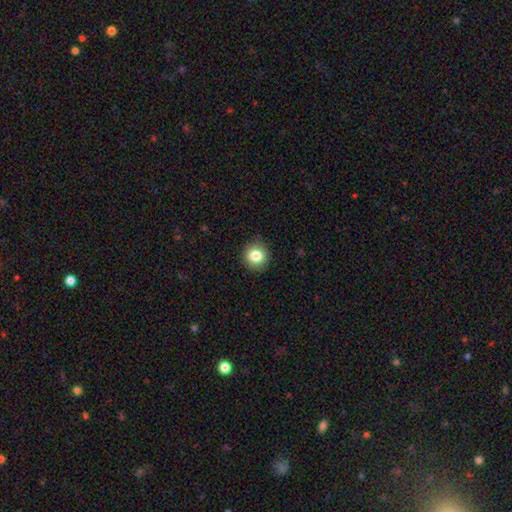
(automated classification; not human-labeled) smooth_or_featured: smooth (p=0.83) [alt: star or artifact p=0.10]
how_rounded: round (p=0.92) [alt: in between p=0.07]
merging: none (p=0.89) [alt: minor disturbance p=0.08]